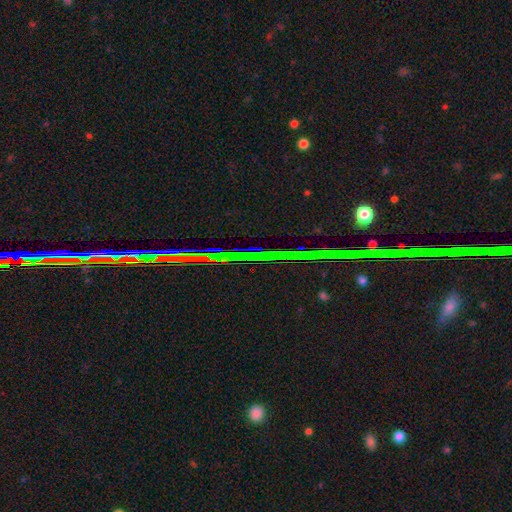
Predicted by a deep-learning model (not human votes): star or artifact 81%, featured or disk 11%, smooth 8%.